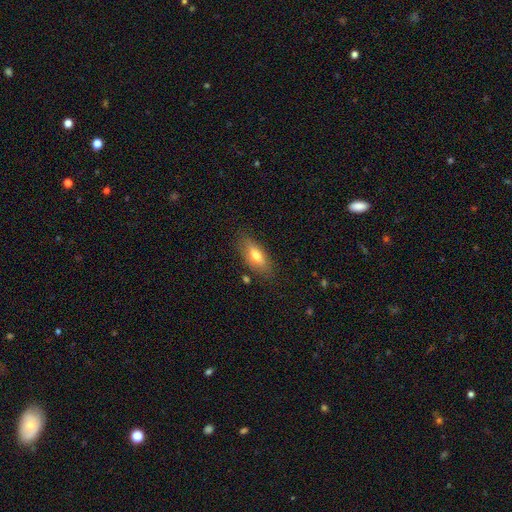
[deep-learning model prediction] smooth-or-featured: smooth: 70% | featured or disk: 23% | star or artifact: 7%
  how-rounded: in between: 79% | cigar-shaped: 18% | round: 3%
  merging: none: 80% | minor disturbance: 14% | major disturbance: 3% | merger: 2%